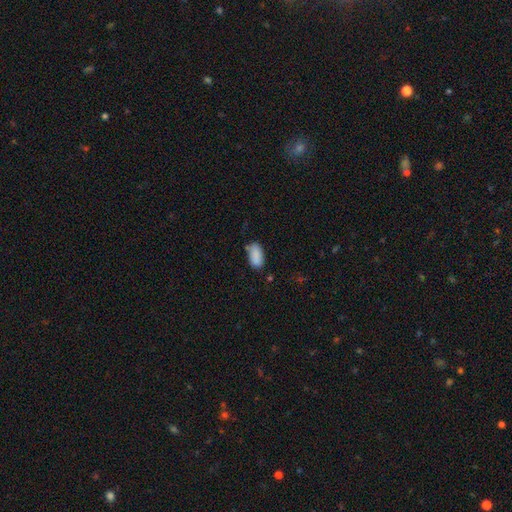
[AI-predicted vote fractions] A smooth galaxy with no disk features (87%) that is in between round and cigar-shaped (93%).

Vote fractions:
- Smooth or featured? smooth: 87% / star or artifact: 7% / featured or disk: 5%
- How rounded? in between: 93% / cigar-shaped: 4% / round: 3%
- Merging? none: 69% / minor disturbance: 20% / merger: 6% / major disturbance: 4%